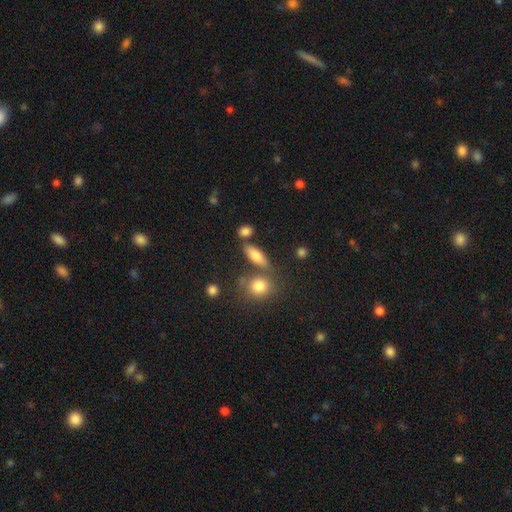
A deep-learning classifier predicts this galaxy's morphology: Smooth or featured: smooth — 75% (featured or disk — 16%)
How rounded: in between — 59% (cigar-shaped — 34%)
Merging: none — 70% (merger — 14%)